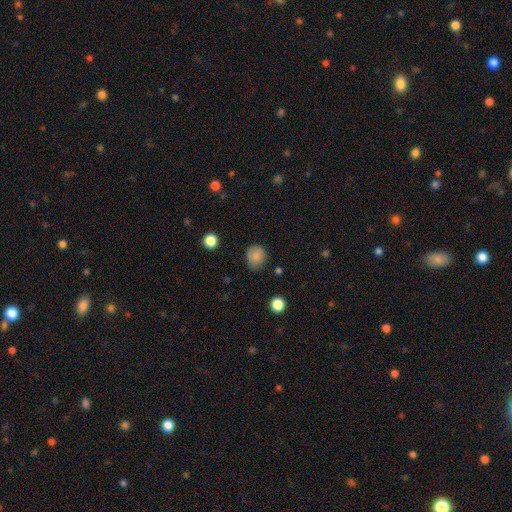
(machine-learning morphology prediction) Overall: smooth (82%). How rounded: round (76%). Merging: none (70%).